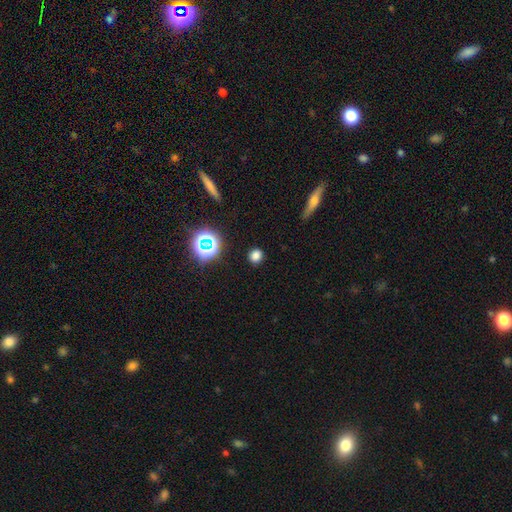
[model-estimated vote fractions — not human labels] smooth-or-featured: smooth: 75% | star or artifact: 20% | featured or disk: 5%
  how-rounded: round: 83% | in between: 16% | cigar-shaped: 1%
  merging: none: 89% | minor disturbance: 7% | major disturbance: 2% | merger: 1%